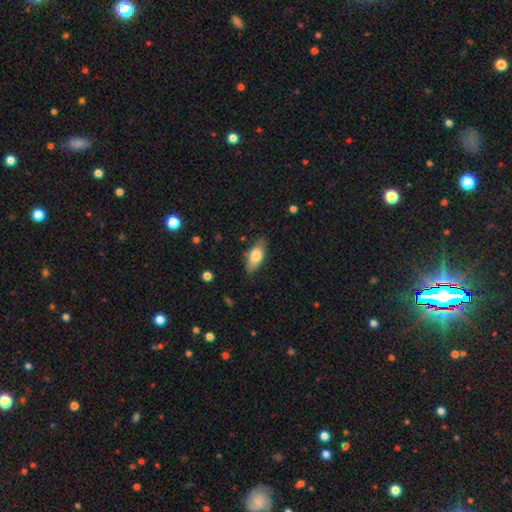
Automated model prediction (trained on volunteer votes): This appears to be a smooth galaxy with no disk features (75%) that is in between round and cigar-shaped (82%). Merging: none (79%).